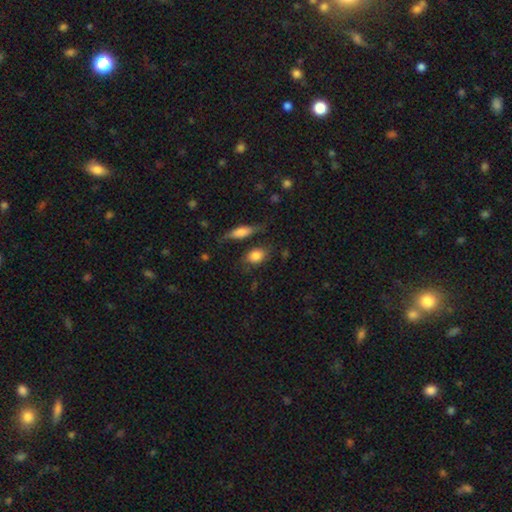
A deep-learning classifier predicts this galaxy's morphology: Smooth or featured? smooth (82%)
How rounded? in between (71%)
Merging? none (67%)